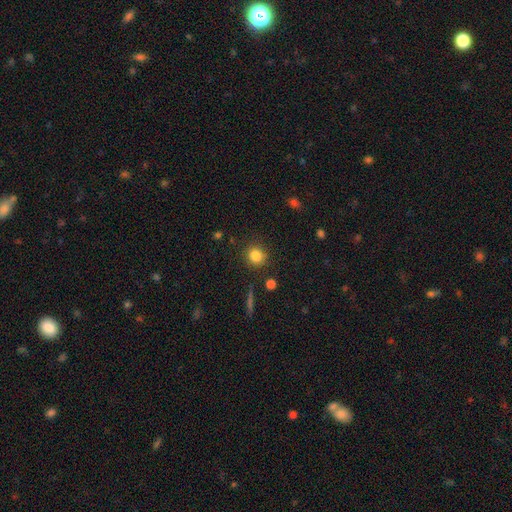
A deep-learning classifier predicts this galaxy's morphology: A smooth galaxy with no disk features (83%) that is round (86%).

Vote fractions:
- Smooth or featured? smooth: 83% / star or artifact: 11% / featured or disk: 6%
- How rounded? round: 86% / in between: 13% / cigar-shaped: 1%
- Merging? none: 87% / minor disturbance: 8% / major disturbance: 3% / merger: 2%